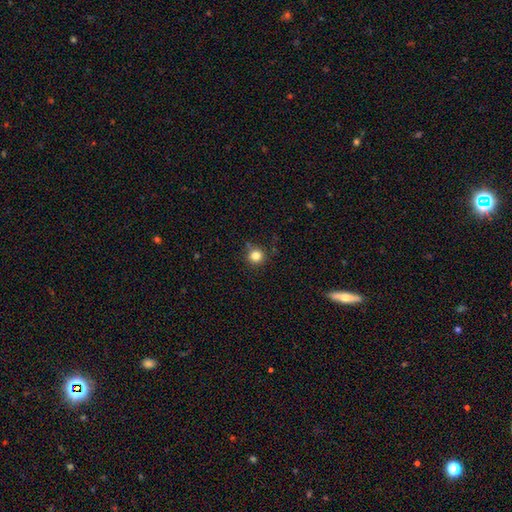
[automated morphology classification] smooth-or-featured: smooth: 83% | star or artifact: 12% | featured or disk: 5%
  how-rounded: round: 93% | in between: 6% | cigar-shaped: 1%
  merging: none: 85% | minor disturbance: 9% | merger: 3% | major disturbance: 3%